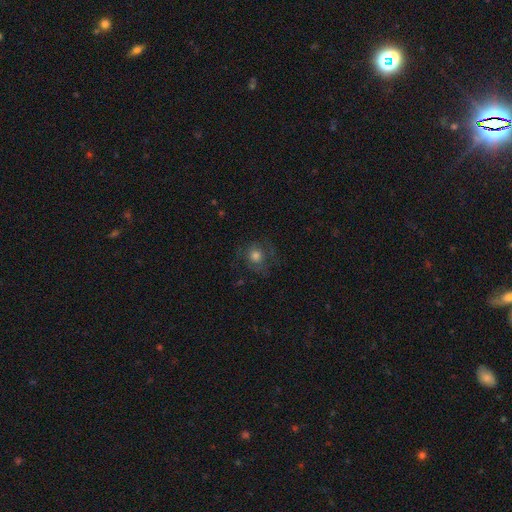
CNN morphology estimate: Q: Smooth or featured?
A: smooth (61%); runner-up: featured or disk (26%)
Q: How rounded?
A: round (83%); runner-up: in between (16%)
Q: Merging?
A: none (66%); runner-up: minor disturbance (18%)